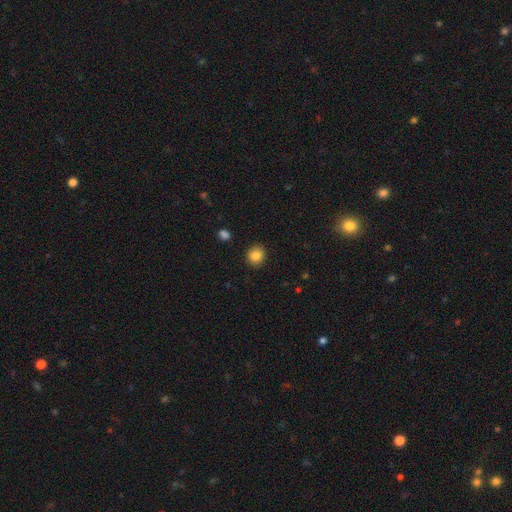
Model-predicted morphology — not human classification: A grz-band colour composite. It shows a smooth galaxy with no disk features (85%) that is round (83%). Merging: none (90%).